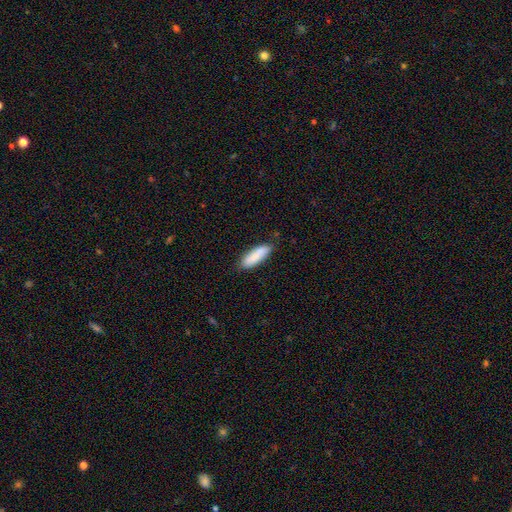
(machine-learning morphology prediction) This appears to be a smooth galaxy with no disk features (85%) that is in between round and cigar-shaped (53%). Merging: none (81%).